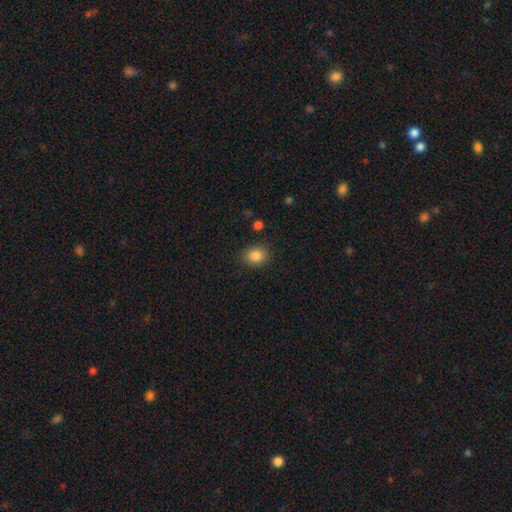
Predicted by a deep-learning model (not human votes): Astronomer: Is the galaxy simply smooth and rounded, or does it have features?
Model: smooth — 85%.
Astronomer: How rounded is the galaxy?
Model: in between — 53% (runner-up: round, 46%).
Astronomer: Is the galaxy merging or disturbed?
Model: none — 85%.